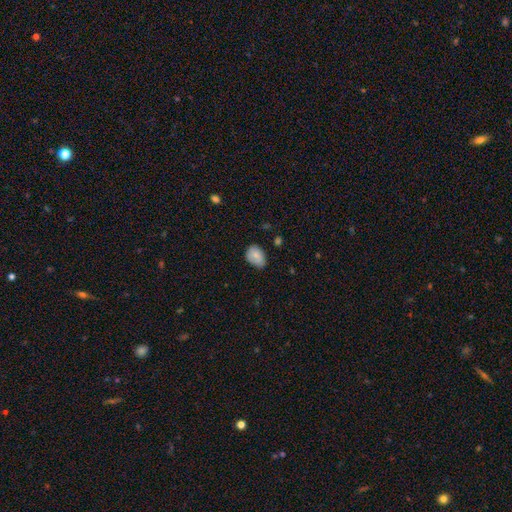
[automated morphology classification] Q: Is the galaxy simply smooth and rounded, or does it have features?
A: smooth — 76%.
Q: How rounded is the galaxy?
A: in between — 75%.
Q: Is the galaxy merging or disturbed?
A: none — 61%.